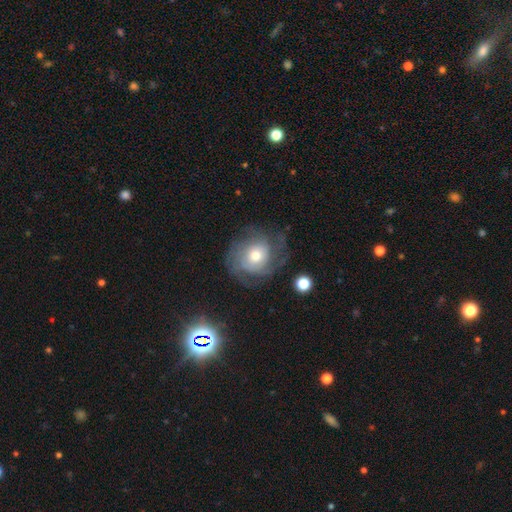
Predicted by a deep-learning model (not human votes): This appears to be a featured or disk galaxy (71%) with no bar (80%), tight (56%) spiral arms (88%) and a moderate central bulge (65%). Merging: none (66%).